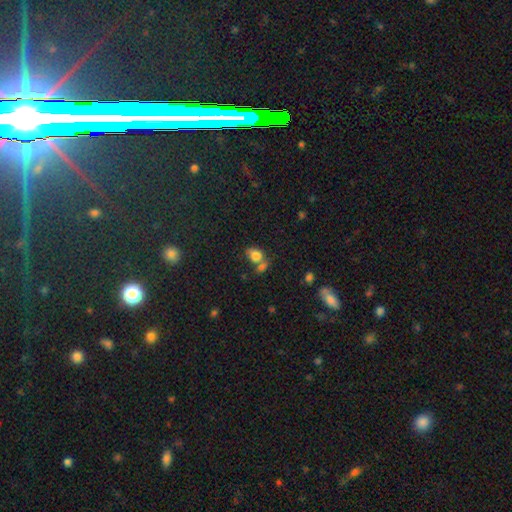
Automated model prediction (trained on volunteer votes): smooth 79%, star or artifact 11%, featured or disk 10%. Down the decision tree: how rounded — in between (64%); merging — merger (41%).